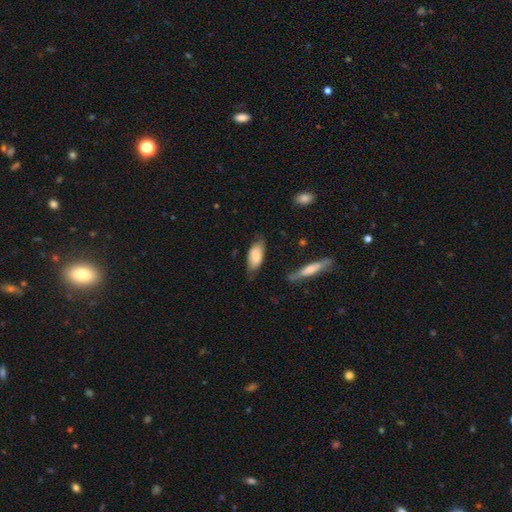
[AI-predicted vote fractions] A smooth galaxy with no disk features (79%) that is in between round and cigar-shaped (84%). Merging: none (67%).